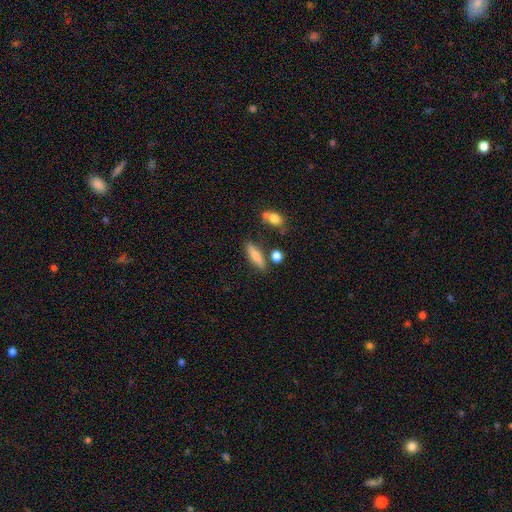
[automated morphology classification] Smooth or featured?
  - smooth: 73% *
  - featured or disk: 19%
  - star or artifact: 8%
How rounded?
  - cigar-shaped: 60% *
  - in between: 37%
  - round: 4%
Merging?
  - none: 76% *
  - minor disturbance: 13%
  - merger: 8%
  - major disturbance: 4%